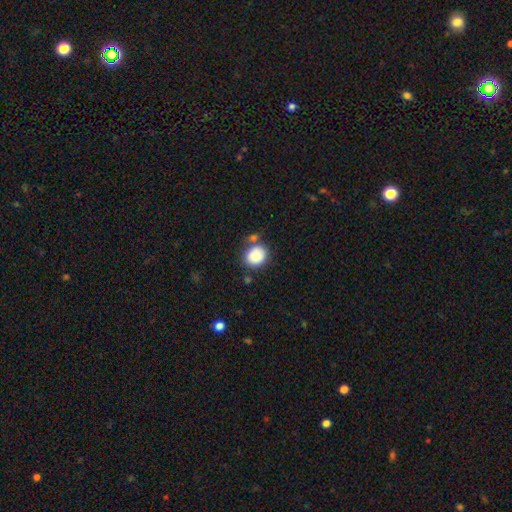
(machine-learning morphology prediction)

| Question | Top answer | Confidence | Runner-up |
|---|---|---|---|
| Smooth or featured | smooth | 86% | star or artifact (8%) |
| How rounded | round | 71% | in between (28%) |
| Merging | none | 68% | minor disturbance (14%) |